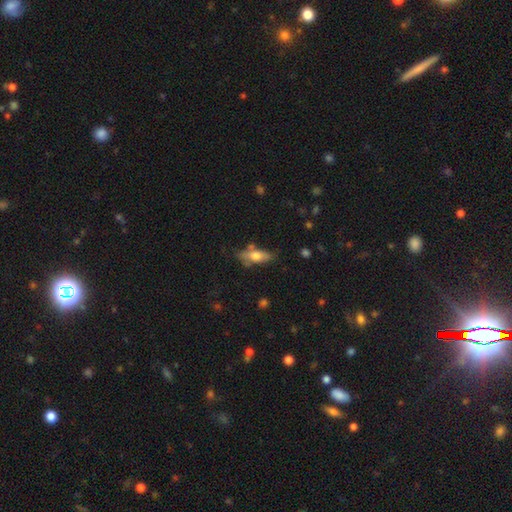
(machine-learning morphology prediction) Smooth or featured? Predicted: smooth (p=0.61). How rounded? Predicted: in between (p=0.68). Merging? Predicted: none (p=0.57).